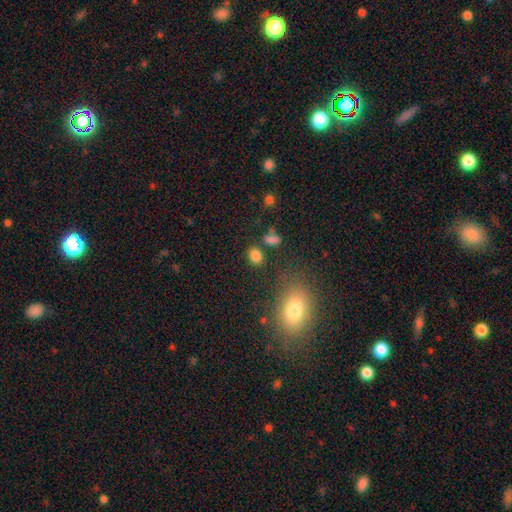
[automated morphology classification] smooth-or-featured: smooth: 83% | star or artifact: 12% | featured or disk: 5%
  how-rounded: in between: 59% | round: 39% | cigar-shaped: 2%
  merging: none: 78% | minor disturbance: 10% | merger: 8% | major disturbance: 4%